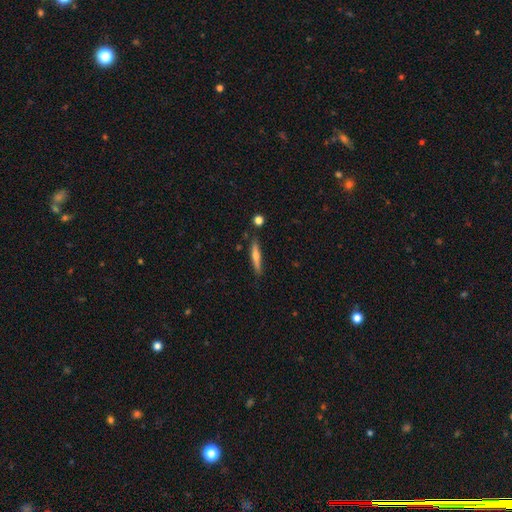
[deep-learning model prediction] Smooth or featured? Predicted: smooth (p=0.53). How rounded? Predicted: cigar-shaped (p=0.89). Merging? Predicted: none (p=0.83).